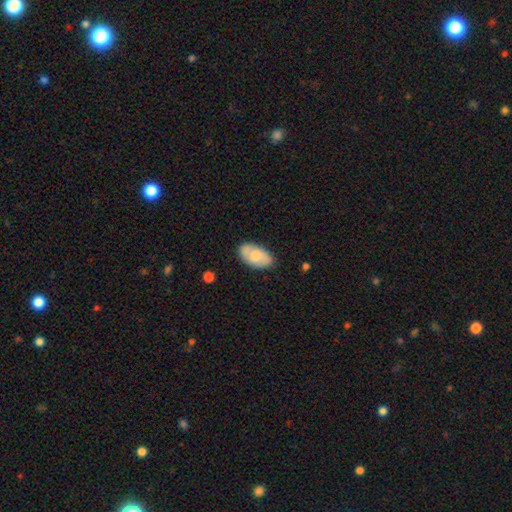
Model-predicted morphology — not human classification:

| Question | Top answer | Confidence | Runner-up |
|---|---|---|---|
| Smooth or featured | smooth | 57% | featured or disk (37%) |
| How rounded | in between | 94% | round (4%) |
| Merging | none | 78% | minor disturbance (17%) |